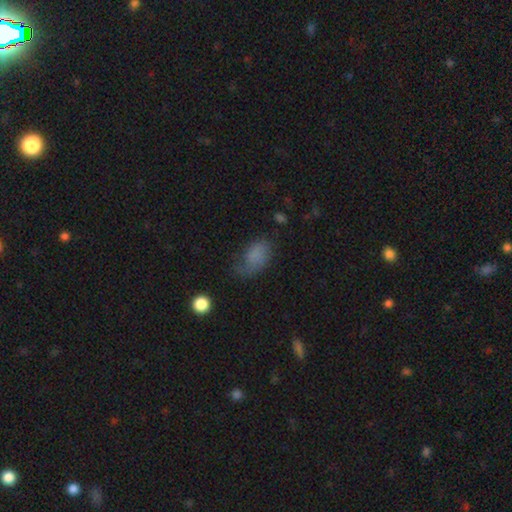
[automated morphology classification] Smooth or featured?
  - smooth: 70% *
  - featured or disk: 18%
  - star or artifact: 12%
How rounded?
  - in between: 87% *
  - round: 11%
  - cigar-shaped: 2%
Merging?
  - none: 43% *
  - minor disturbance: 30%
  - major disturbance: 24%
  - merger: 3%